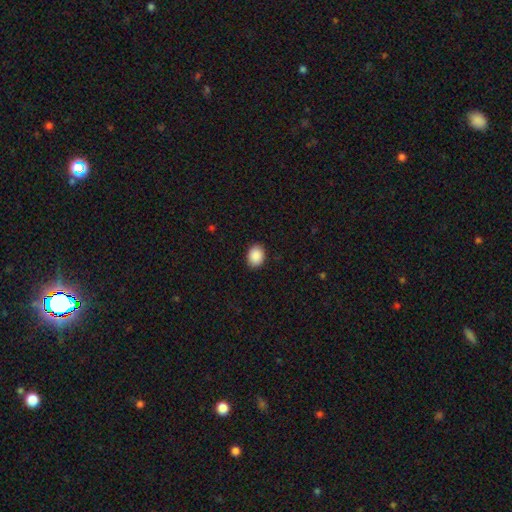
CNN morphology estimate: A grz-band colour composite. It shows a smooth galaxy with no disk features (90%) that is in between round and cigar-shaped (65%). Merging: none (90%).